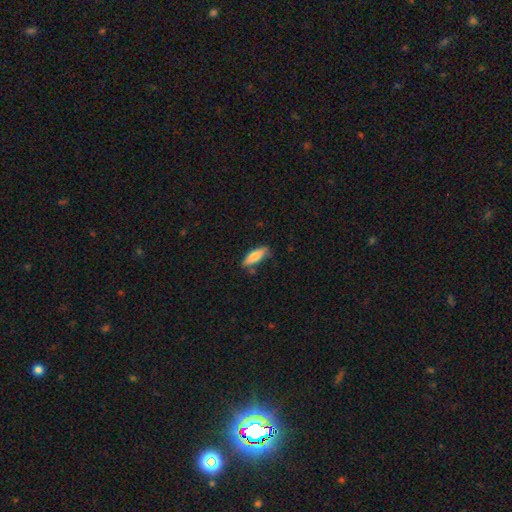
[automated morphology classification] This appears to be a smooth galaxy with no disk features (77%) that is cigar-shaped (55%). Merging: none (75%).